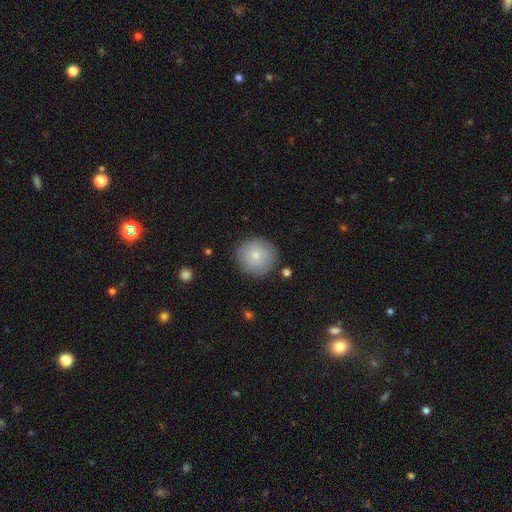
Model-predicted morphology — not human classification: Q: Smooth or featured?
A: smooth (79%); runner-up: featured or disk (14%)
Q: How rounded?
A: round (94%); runner-up: in between (5%)
Q: Merging?
A: none (84%); runner-up: minor disturbance (11%)